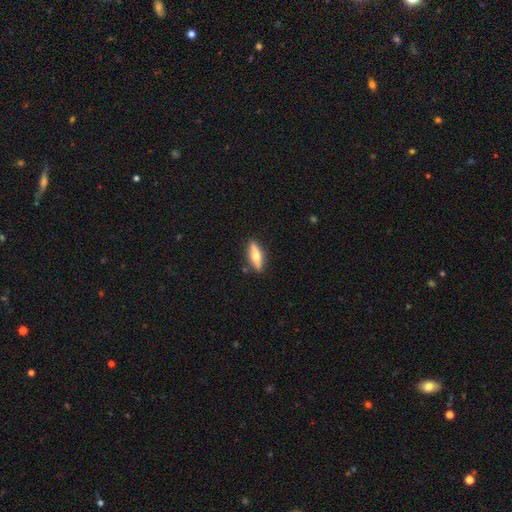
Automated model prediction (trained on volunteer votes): This is possibly a smooth galaxy (52%). How rounded: possibly cigar-shaped (55%). Merging: clearly none (86%).